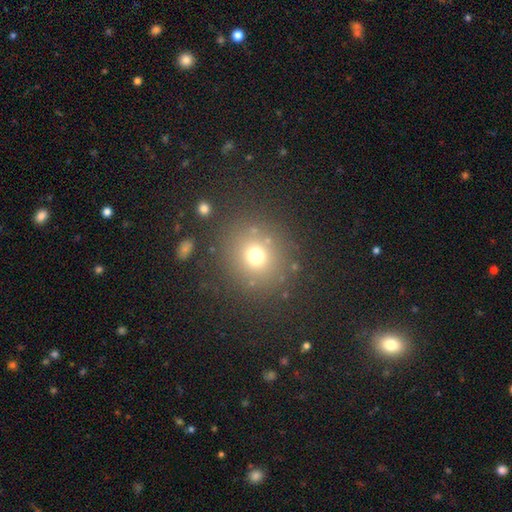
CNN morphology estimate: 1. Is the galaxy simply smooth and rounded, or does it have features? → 70% smooth, 20% star or artifact, 10% featured or disk.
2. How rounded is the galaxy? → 87% round, 12% in between, 1% cigar-shaped.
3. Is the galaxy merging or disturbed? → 82% none, 9% minor disturbance, 5% major disturbance, 4% merger.